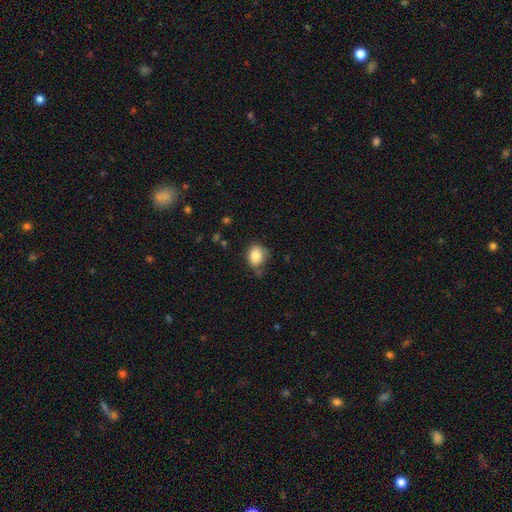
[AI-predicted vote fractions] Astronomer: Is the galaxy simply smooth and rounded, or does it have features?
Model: smooth — 83%.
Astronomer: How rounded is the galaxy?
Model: round — 55% (runner-up: in between, 44%).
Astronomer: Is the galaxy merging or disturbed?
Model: none — 65%.